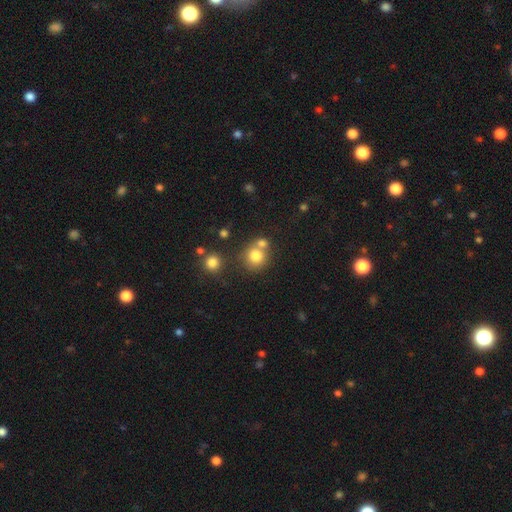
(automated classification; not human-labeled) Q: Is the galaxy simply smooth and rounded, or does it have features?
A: smooth — 78%.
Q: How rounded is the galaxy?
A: round — 86%.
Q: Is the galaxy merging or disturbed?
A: none — 53%.